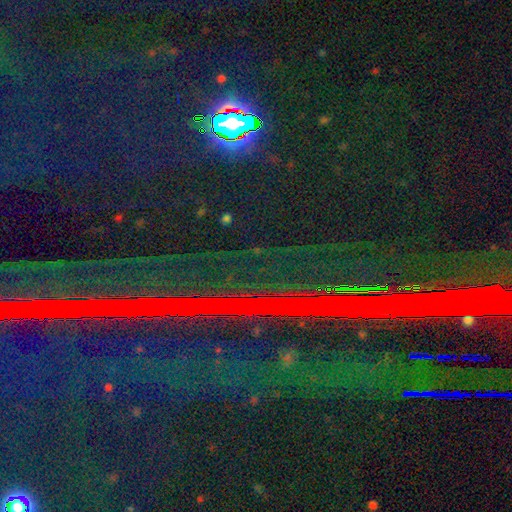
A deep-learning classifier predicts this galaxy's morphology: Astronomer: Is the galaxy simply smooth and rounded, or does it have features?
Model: star or artifact — 87%.